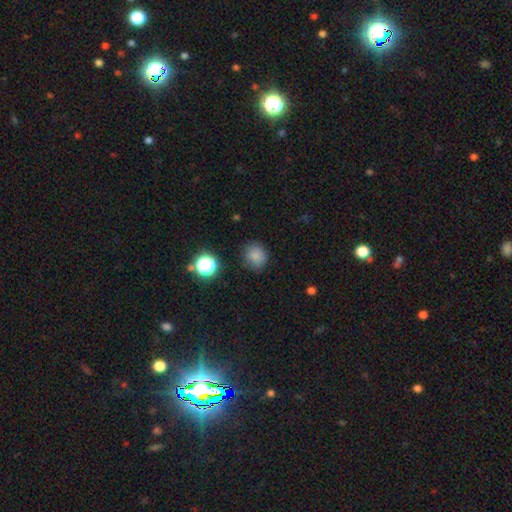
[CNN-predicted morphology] type=smooth (81%); roundness=round (79%); merging=none (82%).